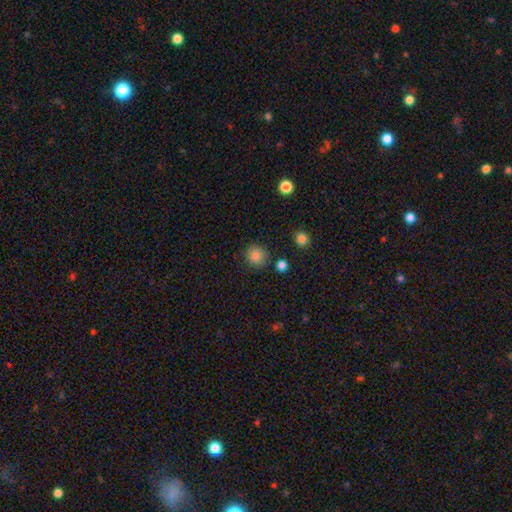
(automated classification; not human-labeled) Smooth or featured: smooth — 85% (star or artifact — 11%)
How rounded: round — 88% (in between — 11%)
Merging: none — 82% (minor disturbance — 11%)